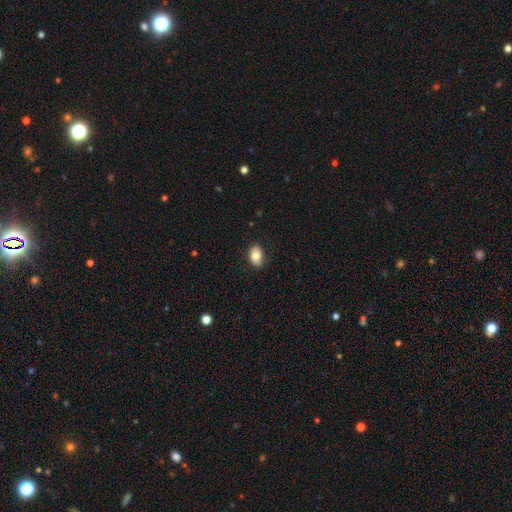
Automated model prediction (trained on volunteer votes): Q: Smooth or featured?
A: smooth (81%); runner-up: featured or disk (11%)
Q: How rounded?
A: in between (84%); runner-up: round (14%)
Q: Merging?
A: none (82%); runner-up: minor disturbance (14%)